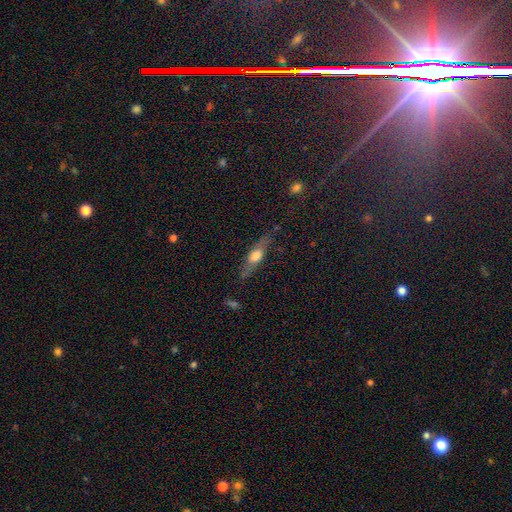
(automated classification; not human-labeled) This appears to be a featured or disk galaxy (51%) viewed edge-on (84%). Merging: none (74%).